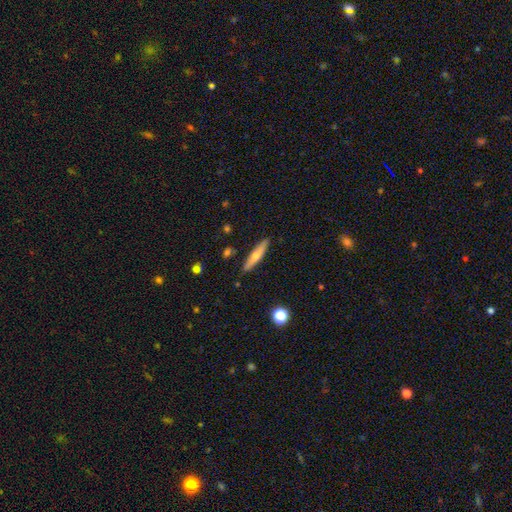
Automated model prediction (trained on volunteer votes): smooth-or-featured: smooth: 50% | featured or disk: 43% | star or artifact: 6%
  how-rounded: cigar-shaped: 87% | in between: 11% | round: 2%
  merging: none: 89% | minor disturbance: 8% | merger: 2% | major disturbance: 2%